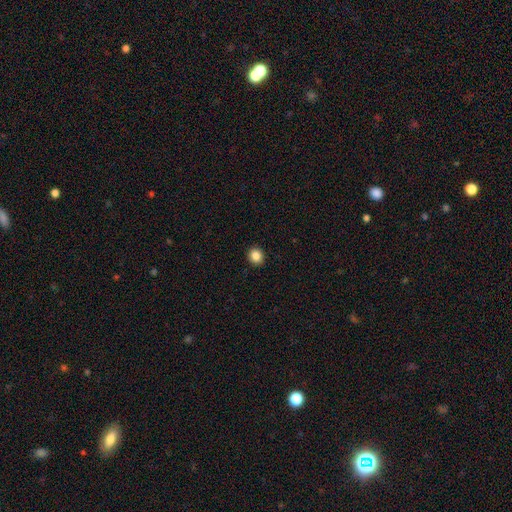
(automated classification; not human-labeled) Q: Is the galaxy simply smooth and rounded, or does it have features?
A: smooth — 85%.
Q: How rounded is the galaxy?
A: round — 83%.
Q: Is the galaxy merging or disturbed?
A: none — 93%.